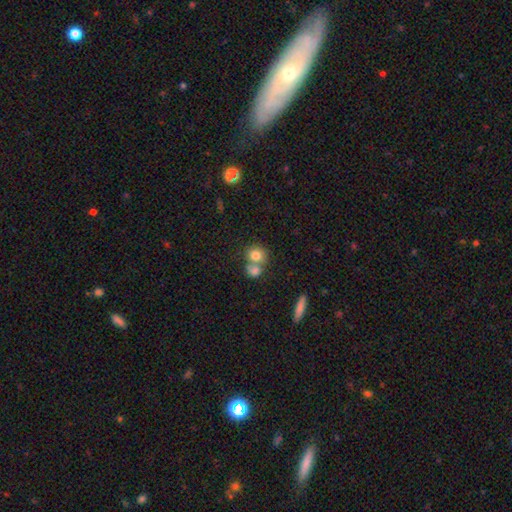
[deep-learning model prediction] Q: Smooth or featured?
A: smooth (78%); runner-up: featured or disk (12%)
Q: How rounded?
A: round (80%); runner-up: in between (19%)
Q: Merging?
A: merger (47%); runner-up: none (42%)